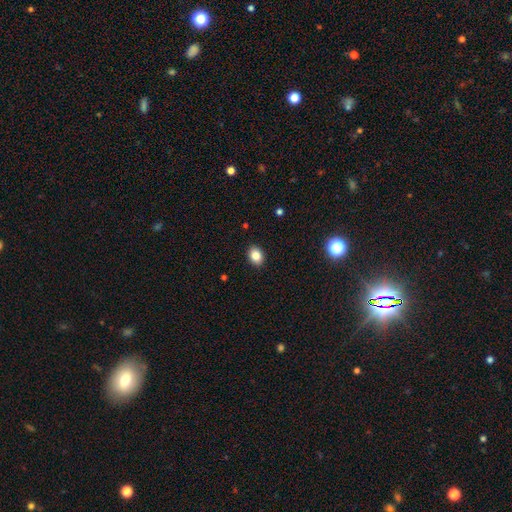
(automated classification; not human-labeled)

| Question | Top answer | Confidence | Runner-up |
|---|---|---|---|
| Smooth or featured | smooth | 85% | star or artifact (9%) |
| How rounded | in between | 65% | round (34%) |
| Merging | none | 90% | minor disturbance (7%) |